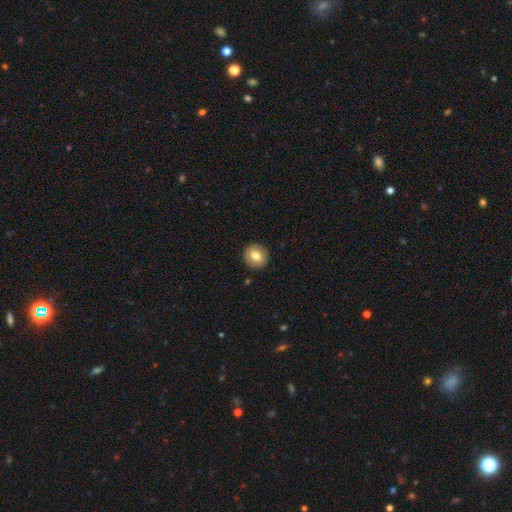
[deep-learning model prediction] This appears to be a smooth galaxy with no disk features (75%) that is round (90%). Merging: none (91%).